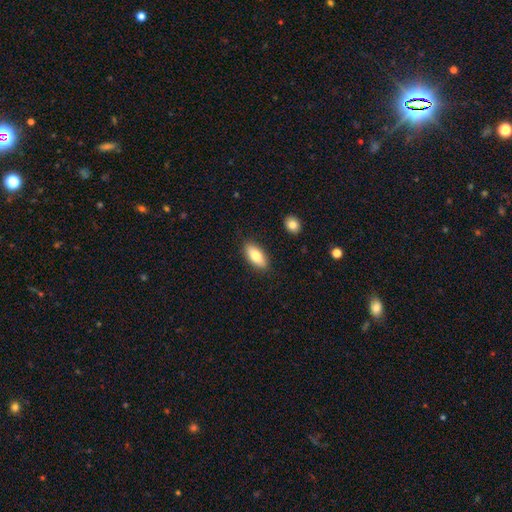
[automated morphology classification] This is likely a smooth galaxy (80%). How rounded: clearly in between (84%). Merging: clearly none (87%).